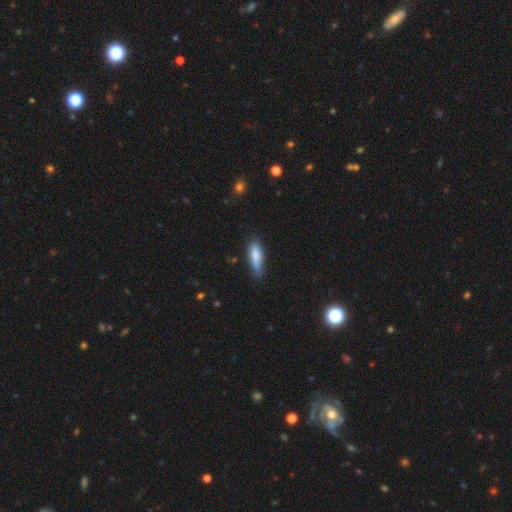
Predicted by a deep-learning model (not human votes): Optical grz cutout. It shows a smooth galaxy with no disk features (81%) that is in between round and cigar-shaped (54%). Merging: none (65%).